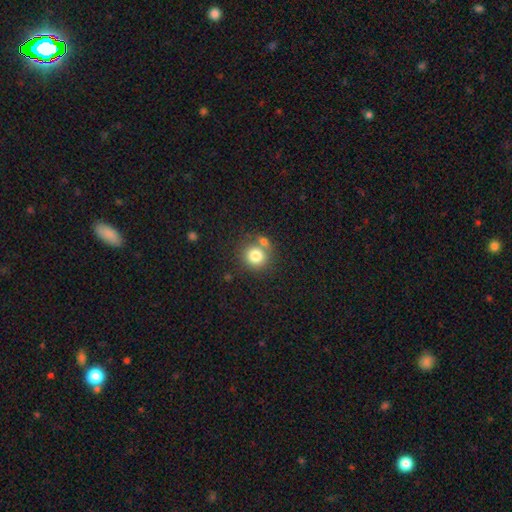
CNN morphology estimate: The model was most divided on "merging": none: 61%, merger: 25%, minor disturbance: 10%, major disturbance: 4%. More confident: how rounded — round (87%); smooth or featured — smooth (80%).